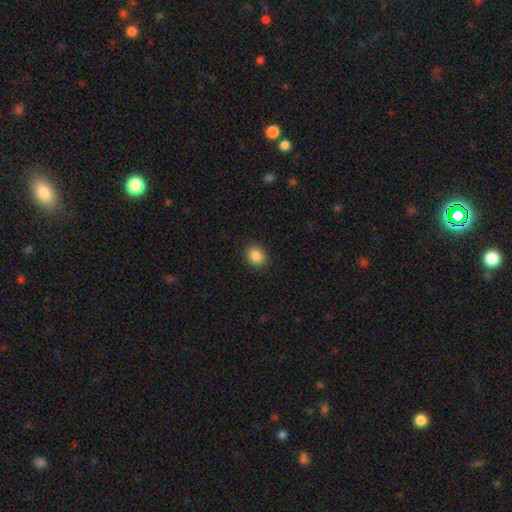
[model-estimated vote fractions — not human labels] smooth-or-featured: smooth: 87% | star or artifact: 9% | featured or disk: 4%
  how-rounded: round: 50% | in between: 49% | cigar-shaped: 1%
  merging: none: 90% | minor disturbance: 7% | major disturbance: 2% | merger: 1%